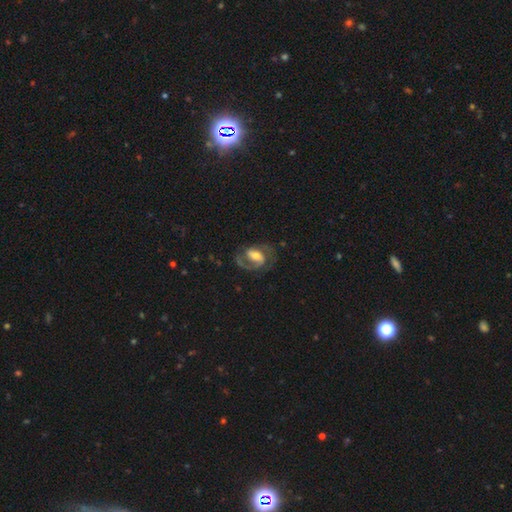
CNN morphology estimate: Overall: featured or disk (81%). Edge-on disk: no (97%). Bar: weak (41%; strong 34%). Spiral arms: yes (94%). Spiral arm count: 2 (82%). Spiral winding: medium (54%; tight 26%). Bulge size: moderate (54%; small 23%). Merging: none (68%).